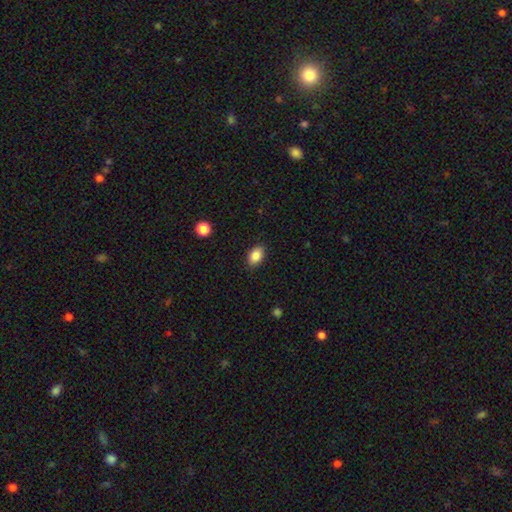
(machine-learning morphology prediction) smooth 86%, star or artifact 8%, featured or disk 5%. Down the decision tree: how rounded — in between (87%); merging — none (88%).